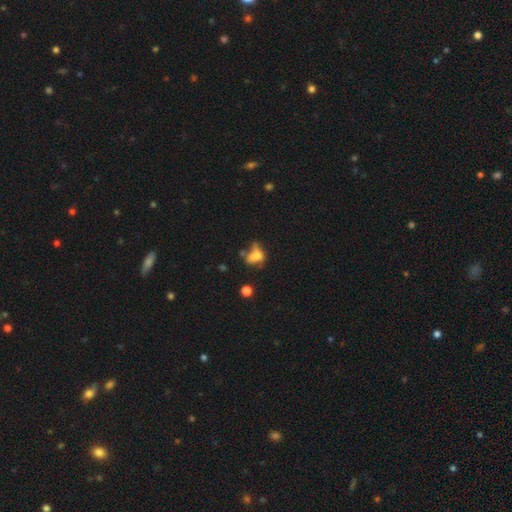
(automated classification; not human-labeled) smooth_or_featured: smooth (p=0.57) [alt: featured or disk p=0.27]
how_rounded: in between (p=0.71) [alt: round p=0.18]
merging: major disturbance (p=0.29) [alt: none p=0.28]